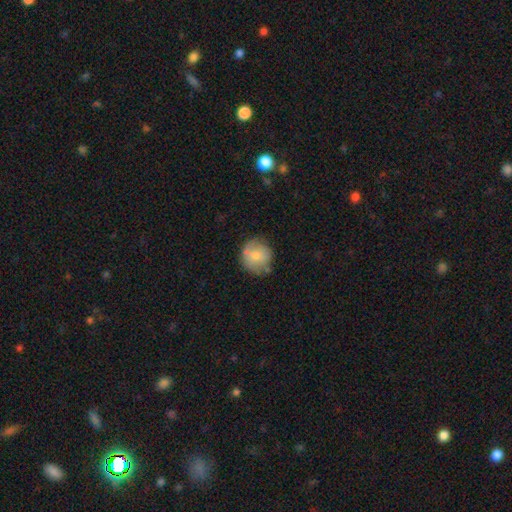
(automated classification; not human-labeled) A smooth galaxy with no disk features (72%) that is round (91%). Merging: none (66%).